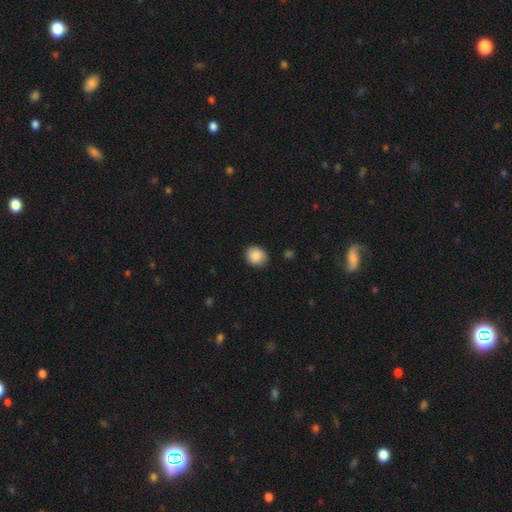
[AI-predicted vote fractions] Q: Smooth or featured?
A: smooth (88%); runner-up: star or artifact (8%)
Q: How rounded?
A: round (74%); runner-up: in between (25%)
Q: Merging?
A: none (86%); runner-up: minor disturbance (11%)